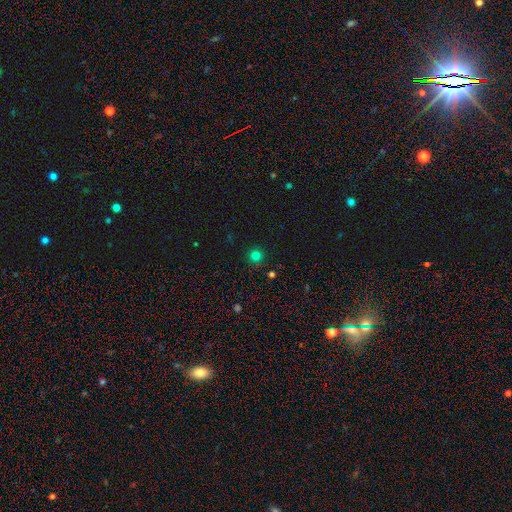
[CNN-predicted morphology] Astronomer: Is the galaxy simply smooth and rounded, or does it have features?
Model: smooth — 77%.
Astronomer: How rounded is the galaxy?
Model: round — 95%.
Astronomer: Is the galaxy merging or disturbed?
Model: none — 90%.